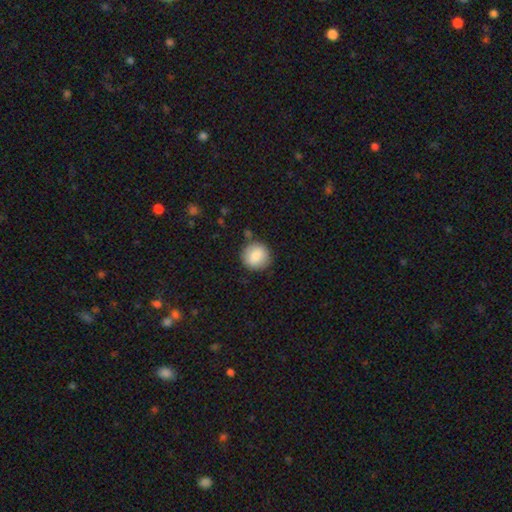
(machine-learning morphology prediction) A smooth galaxy with no disk features (85%) that is round (92%). Merging: none (84%).